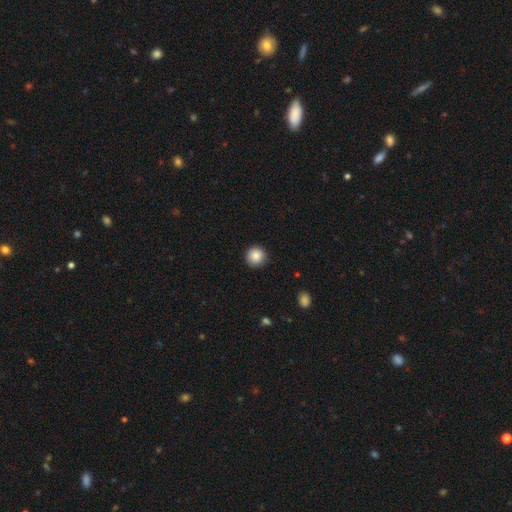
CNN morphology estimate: smooth 87%, star or artifact 9%, featured or disk 4%. Down the decision tree: how rounded — round (95%); merging — none (92%).